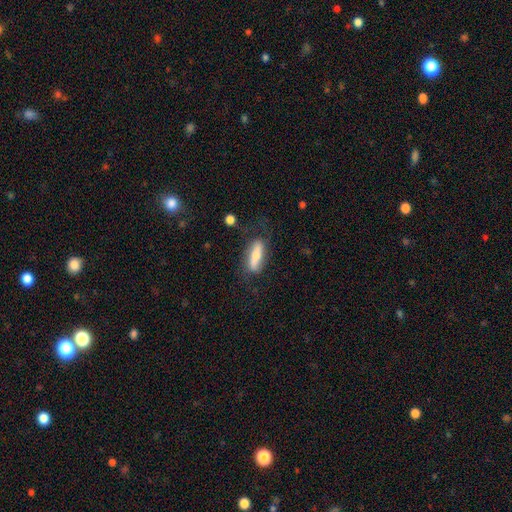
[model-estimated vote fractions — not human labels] Overall: smooth (52%; featured or disk 41%). How rounded: cigar-shaped (49%; in between 48%). Merging: none (63%).